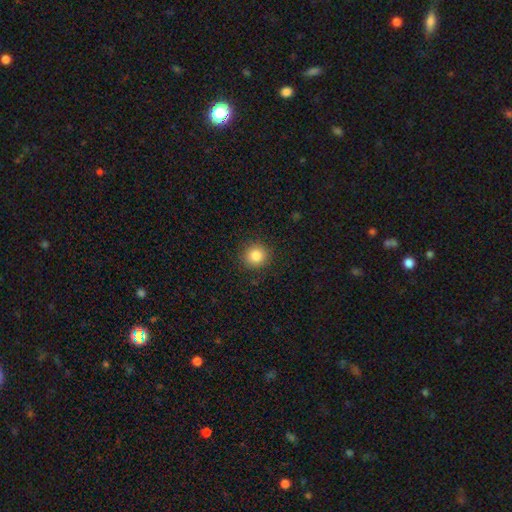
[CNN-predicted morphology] Q: Smooth or featured?
A: smooth (84%); runner-up: star or artifact (11%)
Q: How rounded?
A: round (88%); runner-up: in between (12%)
Q: Merging?
A: none (90%); runner-up: minor disturbance (7%)